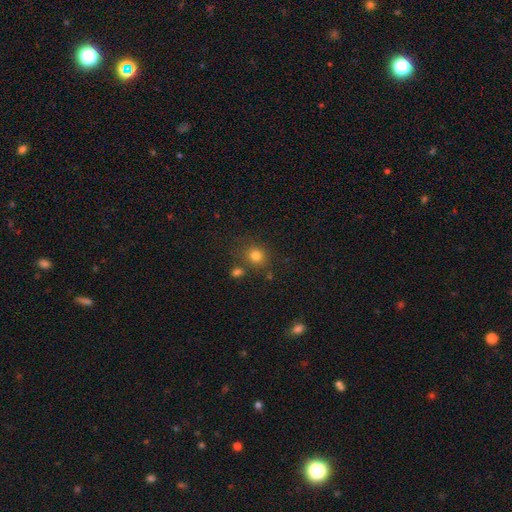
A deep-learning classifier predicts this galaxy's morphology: smooth_or_featured: smooth (p=0.79) [alt: star or artifact p=0.14]
how_rounded: round (p=0.80) [alt: in between p=0.19]
merging: none (p=0.73) [alt: minor disturbance p=0.12]